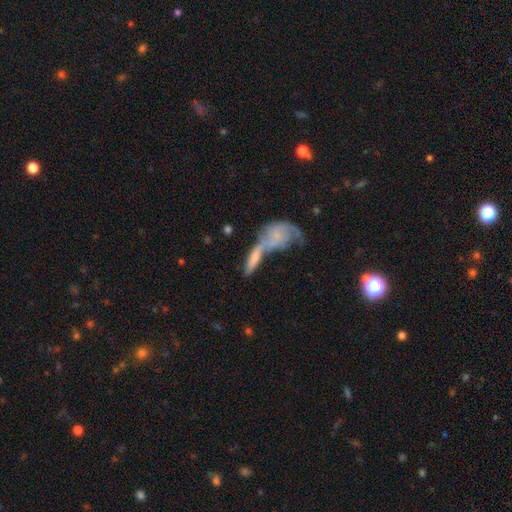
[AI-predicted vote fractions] The model was most divided on "smooth or featured": smooth: 38%, featured or disk: 36%, star or artifact: 27%. Remaining: merging — merger (49%).